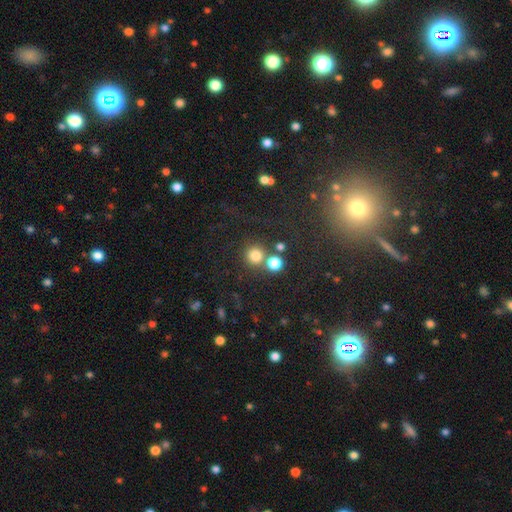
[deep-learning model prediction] Smooth or featured: smooth — 78% (star or artifact — 15%)
How rounded: round — 92% (in between — 7%)
Merging: none — 64% (merger — 24%)